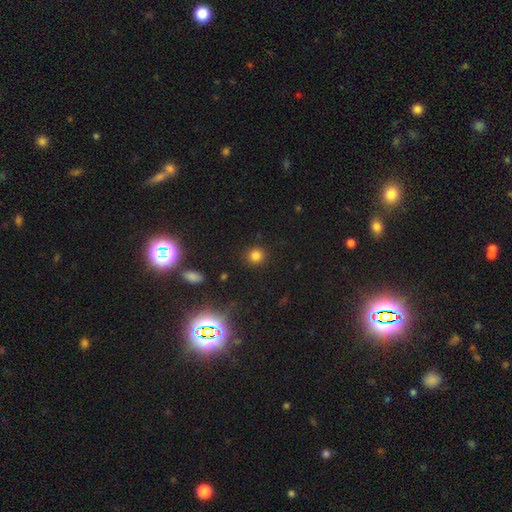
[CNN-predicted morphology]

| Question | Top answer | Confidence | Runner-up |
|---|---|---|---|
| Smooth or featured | smooth | 79% | star or artifact (16%) |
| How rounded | round | 90% | in between (8%) |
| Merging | none | 90% | minor disturbance (6%) |